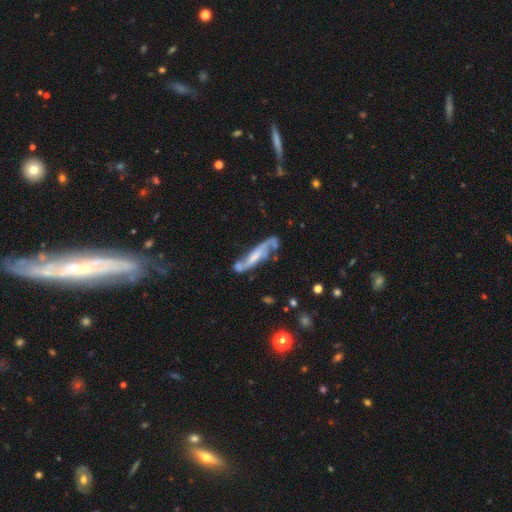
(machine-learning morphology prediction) smooth-or-featured: featured or disk: 72% | smooth: 21% | star or artifact: 7%
  disk-edge-on: no: 70% | yes: 30%
    bar: no: 41% | weak: 37% | strong: 22%
    has-spiral-arms: yes: 89% | no: 11%
    bulge-size: small: 34% | moderate: 29% | none: 27% | large: 8% | dominant: 2%
  merging: none: 51% | minor disturbance: 22% | merger: 14% | major disturbance: 13%